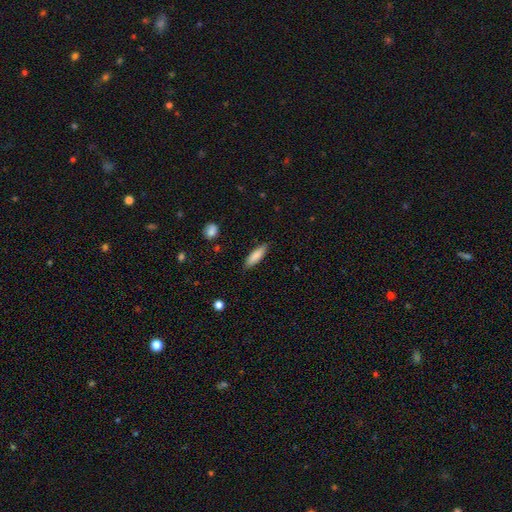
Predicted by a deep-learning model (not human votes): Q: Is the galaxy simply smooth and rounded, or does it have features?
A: smooth — 84%.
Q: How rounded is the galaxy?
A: cigar-shaped — 57%.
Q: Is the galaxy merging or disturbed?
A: none — 86%.